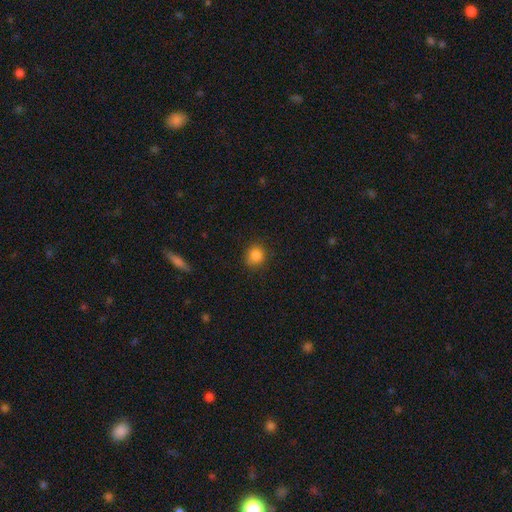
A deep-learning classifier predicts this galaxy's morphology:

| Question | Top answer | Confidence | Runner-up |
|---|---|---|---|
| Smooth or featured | smooth | 84% | star or artifact (11%) |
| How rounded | round | 86% | in between (13%) |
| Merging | none | 87% | minor disturbance (10%) |